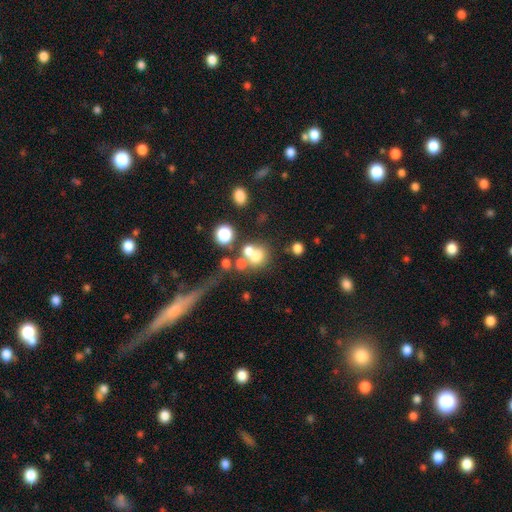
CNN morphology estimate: A smooth galaxy with no disk features (63%) that is round (75%). Merging: merger (47%).